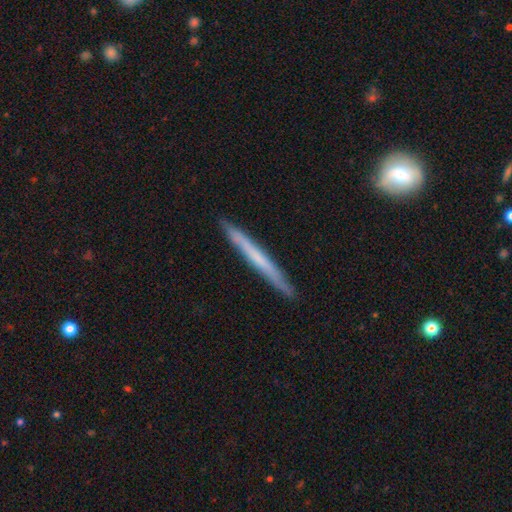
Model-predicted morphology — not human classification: A smooth galaxy with no disk features (48%). Merging: none (90%).